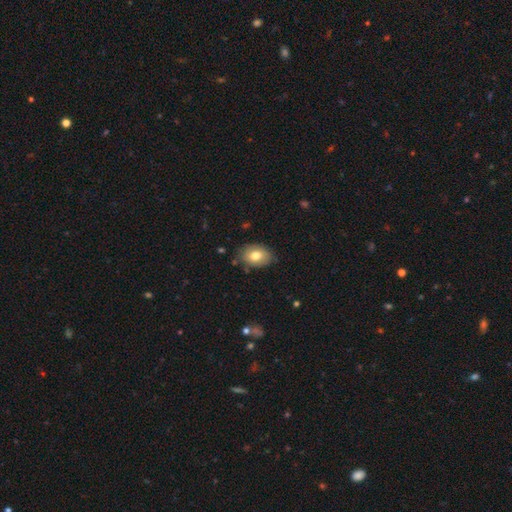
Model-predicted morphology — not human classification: smooth 77%, featured or disk 15%, star or artifact 8%. Down the decision tree: how rounded — in between (80%); merging — none (80%).